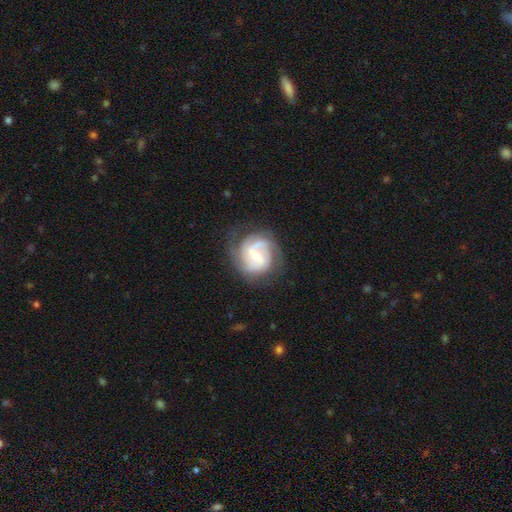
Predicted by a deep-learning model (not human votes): featured or disk 82%, smooth 13%, star or artifact 5%. Down the decision tree: edge-on disk — no (98%); bar — weak (53%); spiral arms — yes (95%); spiral arm count — 2 (46%); spiral winding — medium (43%); bulge size — small (56%); merging — none (68%).